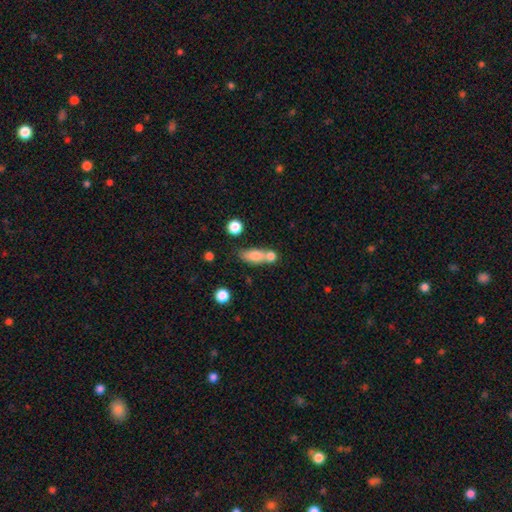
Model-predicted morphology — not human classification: Smooth or featured? Predicted: smooth (p=0.74). How rounded? Predicted: in between (p=0.66). Merging? Predicted: merger (p=0.46).